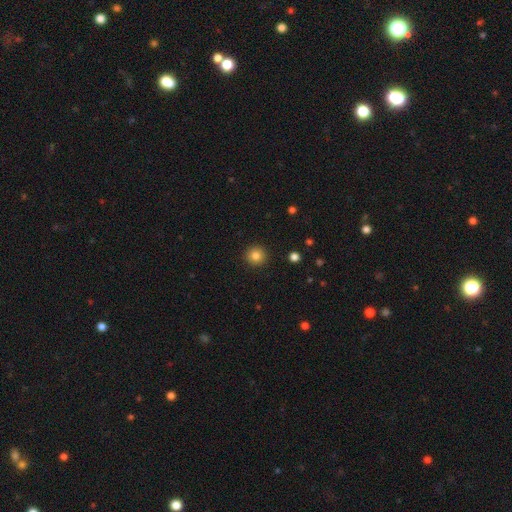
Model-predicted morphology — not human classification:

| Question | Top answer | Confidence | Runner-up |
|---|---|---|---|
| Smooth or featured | smooth | 83% | star or artifact (11%) |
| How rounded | round | 95% | in between (4%) |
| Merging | none | 93% | minor disturbance (5%) |